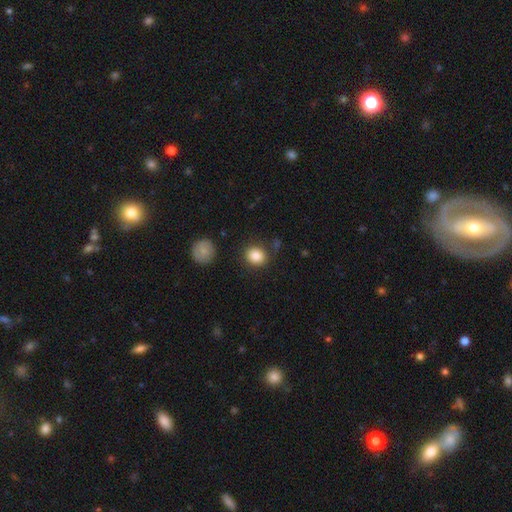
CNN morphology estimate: smooth-or-featured: smooth: 86% | star or artifact: 9% | featured or disk: 5%
  how-rounded: round: 79% | in between: 21% | cigar-shaped: 1%
  merging: none: 84% | minor disturbance: 9% | major disturbance: 3% | merger: 3%